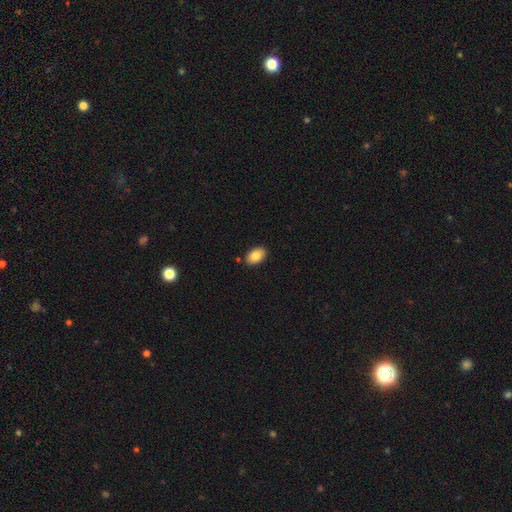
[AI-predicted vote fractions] A smooth galaxy with no disk features (86%) that is in between round and cigar-shaped (90%).

Vote fractions:
- Smooth or featured? smooth: 86% / star or artifact: 7% / featured or disk: 7%
- How rounded? in between: 90% / round: 9% / cigar-shaped: 1%
- Merging? none: 87% / minor disturbance: 9% / merger: 2% / major disturbance: 2%